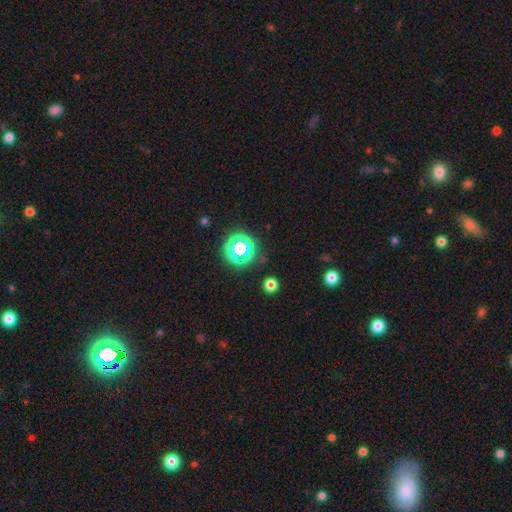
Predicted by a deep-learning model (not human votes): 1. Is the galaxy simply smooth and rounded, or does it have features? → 71% star or artifact, 23% smooth, 6% featured or disk.